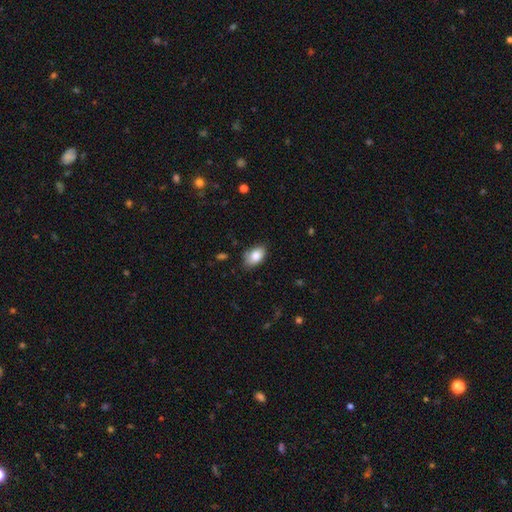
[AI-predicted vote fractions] Smooth or featured?
  - smooth: 85% *
  - featured or disk: 8%
  - star or artifact: 7%
How rounded?
  - in between: 90% *
  - round: 8%
  - cigar-shaped: 1%
Merging?
  - none: 77% *
  - minor disturbance: 18%
  - major disturbance: 3%
  - merger: 1%